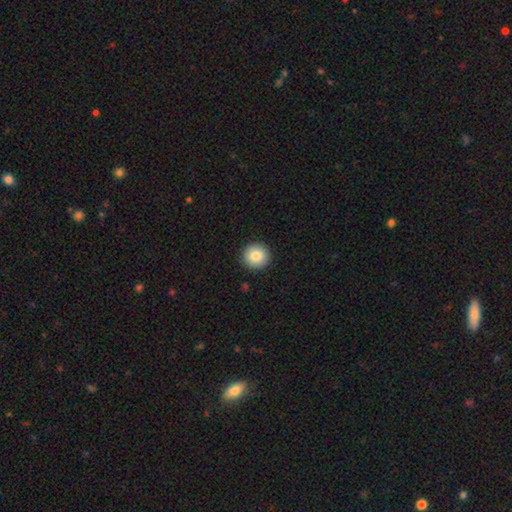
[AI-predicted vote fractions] Smooth or featured?
  - smooth: 85% *
  - star or artifact: 8%
  - featured or disk: 7%
How rounded?
  - round: 94% *
  - in between: 5%
  - cigar-shaped: 1%
Merging?
  - none: 92% *
  - minor disturbance: 5%
  - major disturbance: 2%
  - merger: 1%